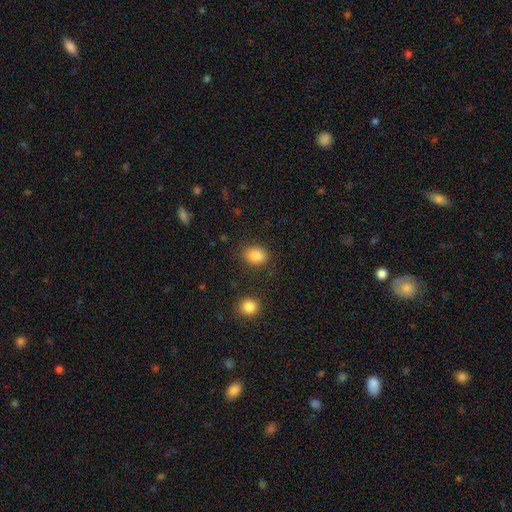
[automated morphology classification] Overall: smooth (87%). How rounded: in between (65%; round 34%). Merging: none (83%).